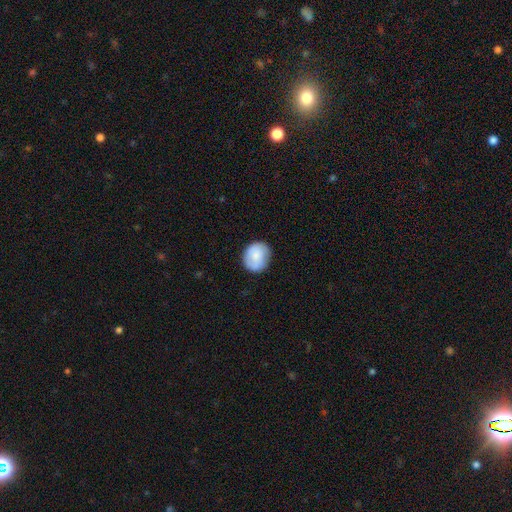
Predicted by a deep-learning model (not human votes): smooth-or-featured: smooth: 79% | featured or disk: 15% | star or artifact: 7%
  how-rounded: round: 69% | in between: 30% | cigar-shaped: 1%
  merging: none: 79% | minor disturbance: 17% | major disturbance: 4% | merger: 1%